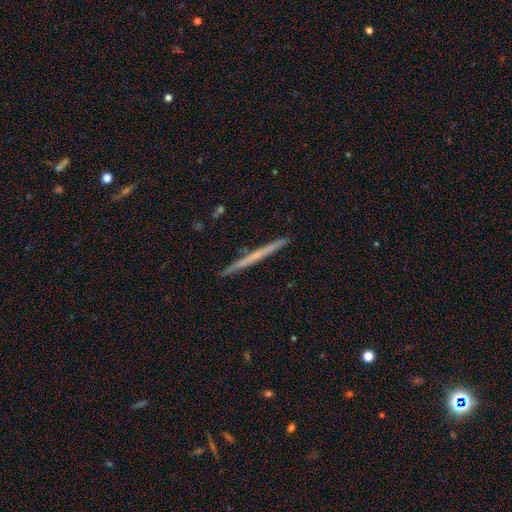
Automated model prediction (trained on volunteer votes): The model was most divided on "smooth or featured": featured or disk: 56%, smooth: 39%, star or artifact: 6%. More confident: edge-on disk — yes (98%); merging — none (92%); edge-on bulge — none (86%).